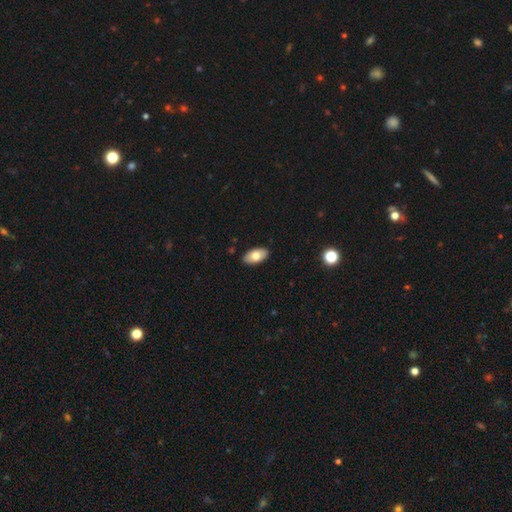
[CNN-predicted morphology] smooth 75%, featured or disk 18%, star or artifact 7%. Down the decision tree: how rounded — in between (94%); merging — none (89%).